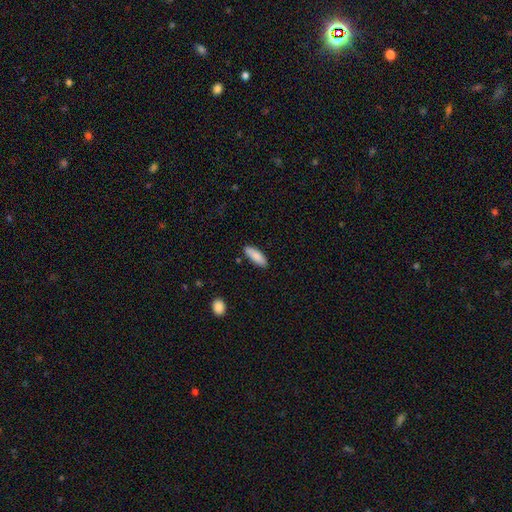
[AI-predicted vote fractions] Smooth or featured? Predicted: smooth (p=0.87). How rounded? Predicted: in between (p=0.59). Merging? Predicted: none (p=0.85).